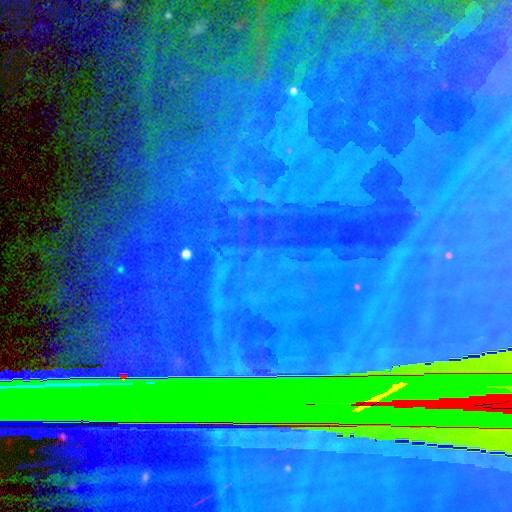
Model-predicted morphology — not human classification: Smooth or featured? Predicted: star or artifact (p=0.86).